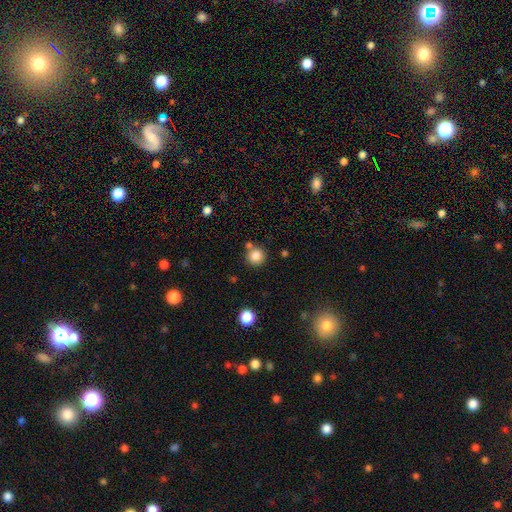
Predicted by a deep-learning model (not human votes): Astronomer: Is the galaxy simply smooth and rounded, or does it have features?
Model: smooth — 83%.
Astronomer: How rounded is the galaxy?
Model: round — 93%.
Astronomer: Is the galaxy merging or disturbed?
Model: none — 77%.